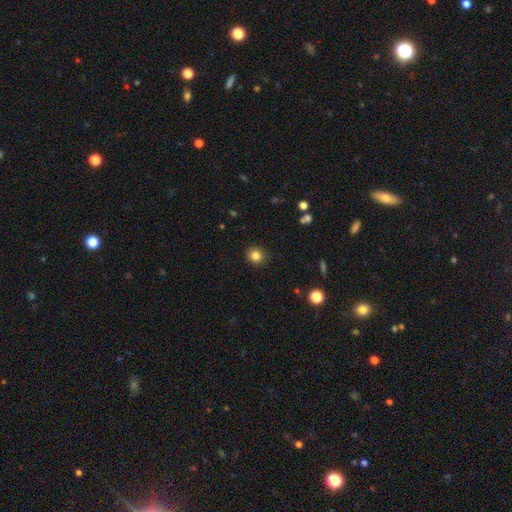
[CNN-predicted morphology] Smooth or featured? smooth (83%)
How rounded? round (91%)
Merging? none (91%)